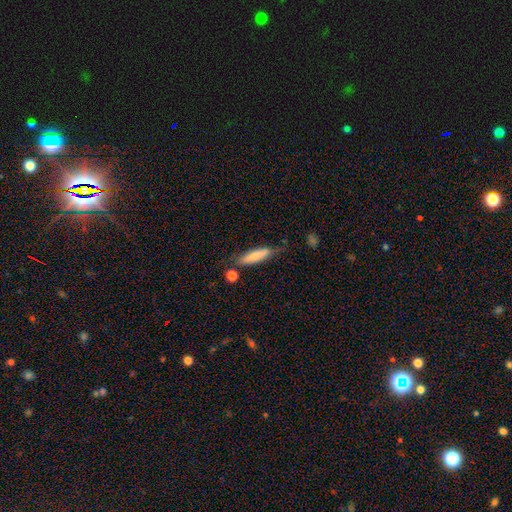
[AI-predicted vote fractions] The model was most divided on "smooth or featured": smooth: 70%, featured or disk: 23%, star or artifact: 6%. More confident: how rounded — cigar-shaped (75%); merging — none (68%).